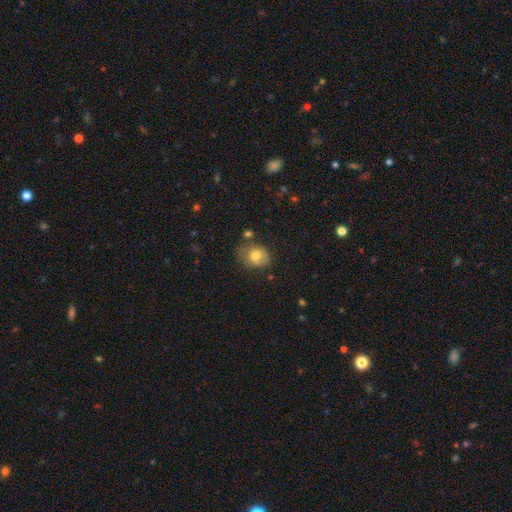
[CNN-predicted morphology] type=smooth (76%); roundness=round (50%); merging=none (66%).